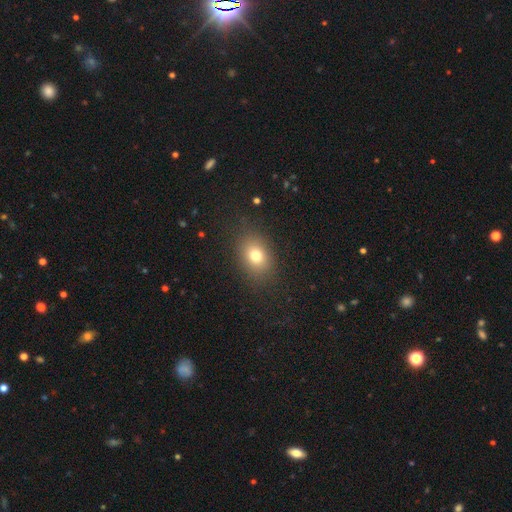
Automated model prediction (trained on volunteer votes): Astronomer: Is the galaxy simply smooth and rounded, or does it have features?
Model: smooth — 77%.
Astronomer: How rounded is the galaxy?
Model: in between — 66%.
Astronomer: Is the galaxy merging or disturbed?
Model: none — 83%.